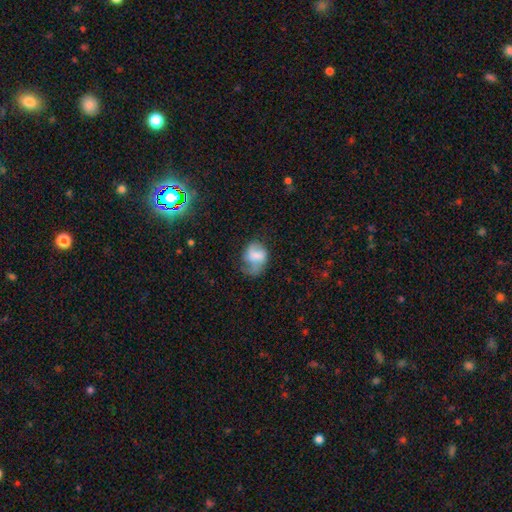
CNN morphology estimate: This appears to be a smooth galaxy with no disk features (60%) that is in between round and cigar-shaped (55%). Merging: major disturbance (34%).